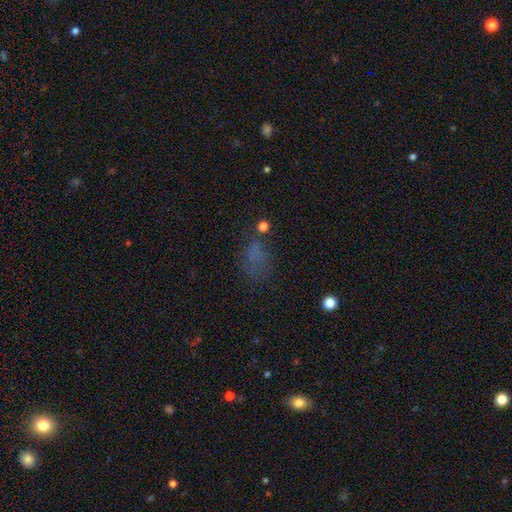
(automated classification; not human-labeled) Overall: smooth (57%; star or artifact 29%). How rounded: in between (76%). Merging: none (54%; minor disturbance 21%).